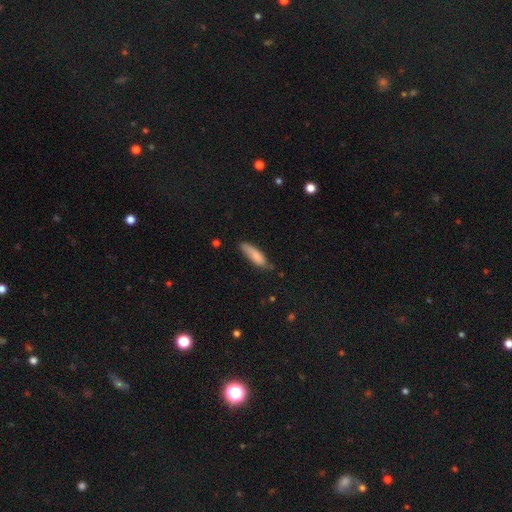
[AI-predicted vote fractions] A smooth galaxy with no disk features (80%) that is cigar-shaped (57%).

Vote fractions:
- Smooth or featured? smooth: 80% / featured or disk: 14% / star or artifact: 6%
- How rounded? cigar-shaped: 57% / in between: 41% / round: 2%
- Merging? none: 64% / minor disturbance: 28% / major disturbance: 5% / merger: 2%